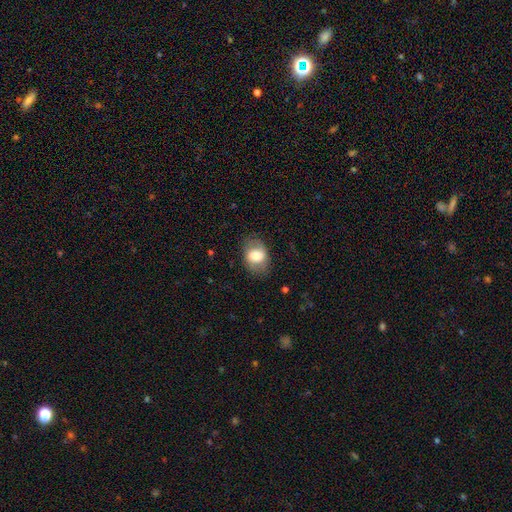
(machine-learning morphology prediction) smooth_or_featured: smooth (p=0.68) [alt: featured or disk p=0.25]
how_rounded: in between (p=0.73) [alt: round p=0.26]
merging: none (p=0.76) [alt: minor disturbance p=0.17]